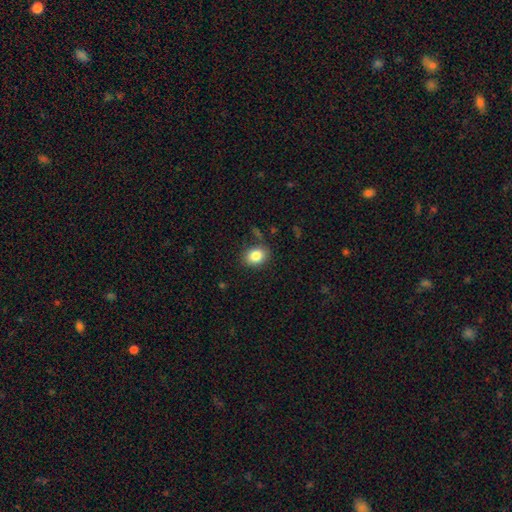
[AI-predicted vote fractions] Smooth or featured?
  - smooth: 84% *
  - star or artifact: 9%
  - featured or disk: 6%
How rounded?
  - in between: 57% *
  - round: 42%
  - cigar-shaped: 1%
Merging?
  - none: 82% *
  - minor disturbance: 12%
  - major disturbance: 3%
  - merger: 3%